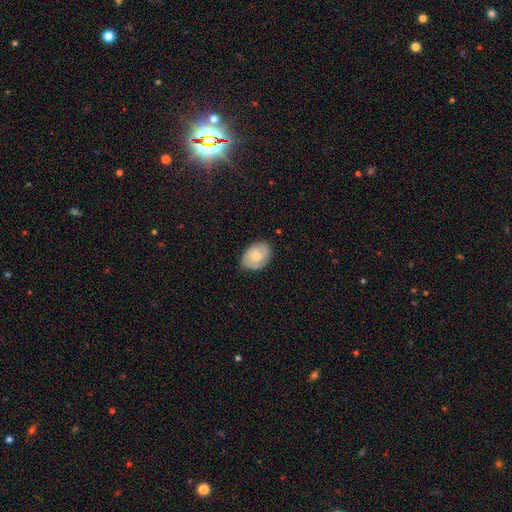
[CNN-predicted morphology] Smooth or featured? smooth (59%)
How rounded? in between (72%)
Merging? none (76%)